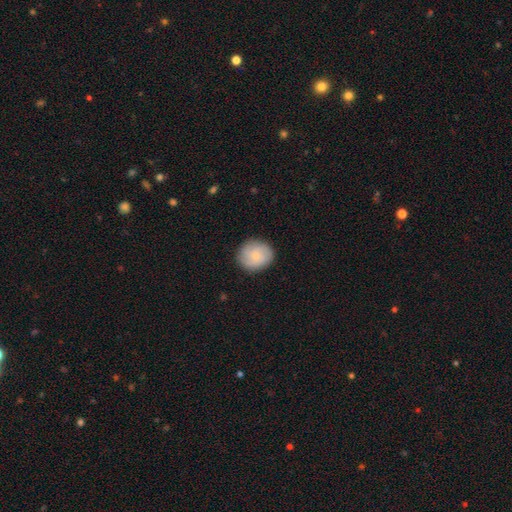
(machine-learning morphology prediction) This appears to be a smooth galaxy with no disk features (68%) that is round (83%). Merging: none (85%).